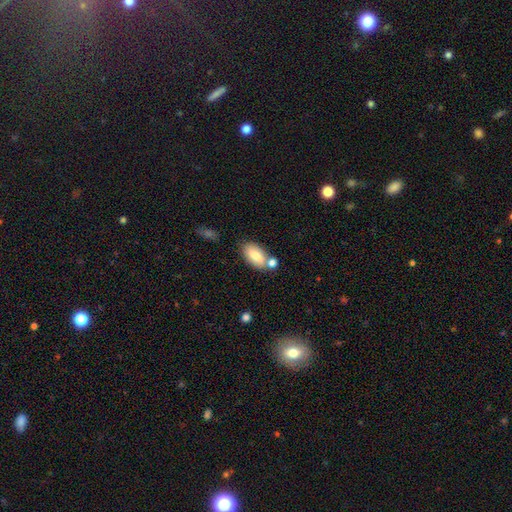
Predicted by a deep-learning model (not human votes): Overall: smooth (77%). How rounded: in between (92%). Merging: none (62%).